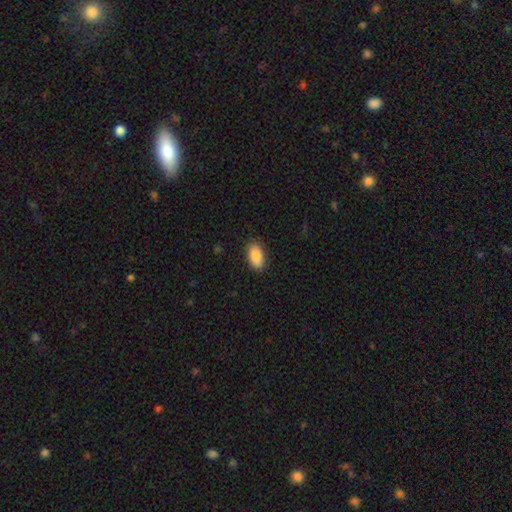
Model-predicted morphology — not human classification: smooth 88%, star or artifact 6%, featured or disk 6%. Down the decision tree: how rounded — in between (93%); merging — none (86%).